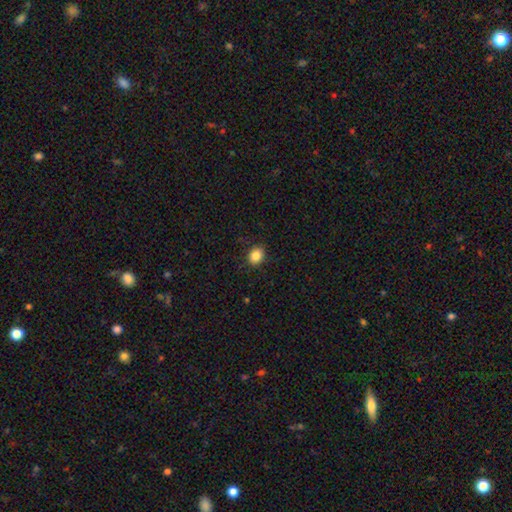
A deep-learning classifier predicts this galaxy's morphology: smooth_or_featured: smooth (p=0.86) [alt: star or artifact p=0.10]
how_rounded: round (p=0.51) [alt: in between p=0.48]
merging: none (p=0.87) [alt: minor disturbance p=0.10]